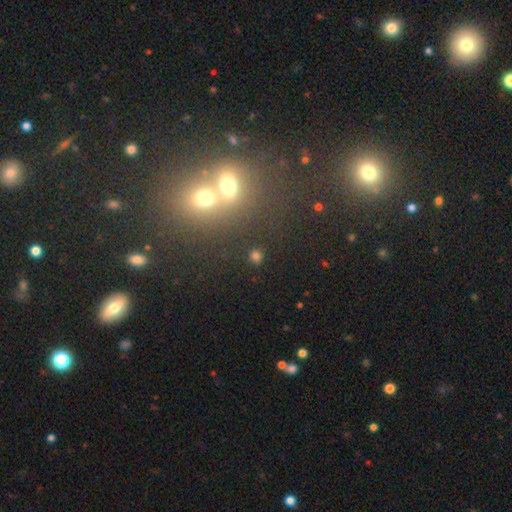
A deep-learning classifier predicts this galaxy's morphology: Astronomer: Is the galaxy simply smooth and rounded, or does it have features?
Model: smooth — 67%.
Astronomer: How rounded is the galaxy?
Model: round — 76%.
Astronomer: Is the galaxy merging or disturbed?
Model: none — 67%.